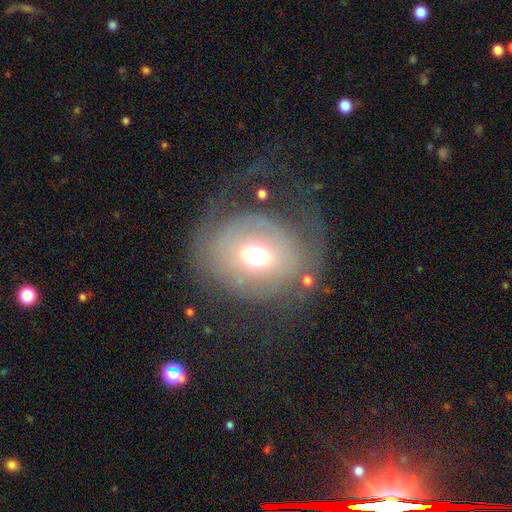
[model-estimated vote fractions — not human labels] Overall: smooth (48%; featured or disk 38%). Merging: none (49%; major disturbance 27%).